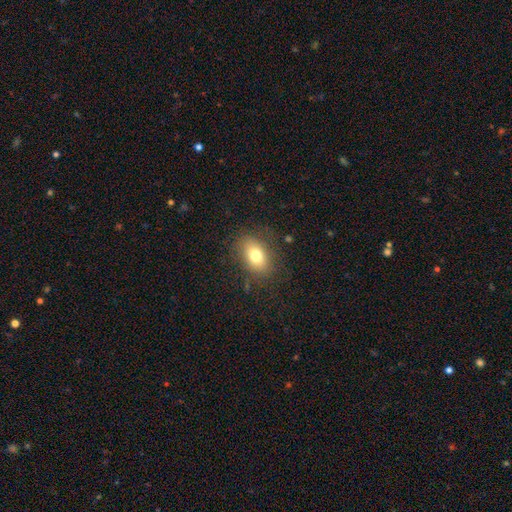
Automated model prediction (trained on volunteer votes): This is likely a smooth galaxy (77%). How rounded: clearly in between (81%). Merging: clearly none (81%).